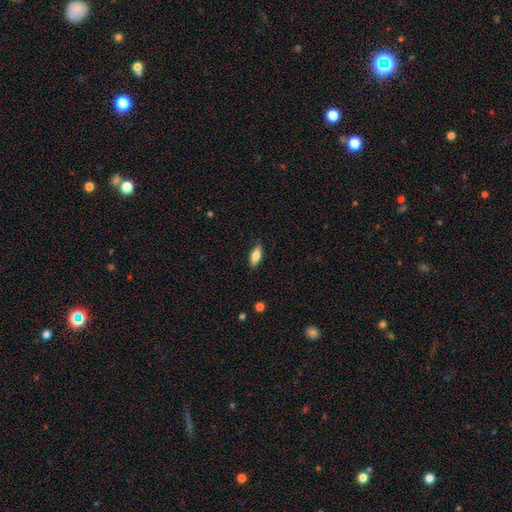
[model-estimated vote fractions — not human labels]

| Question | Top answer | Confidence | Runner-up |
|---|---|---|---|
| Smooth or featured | smooth | 77% | featured or disk (16%) |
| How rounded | in between | 81% | cigar-shaped (16%) |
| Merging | none | 86% | minor disturbance (11%) |